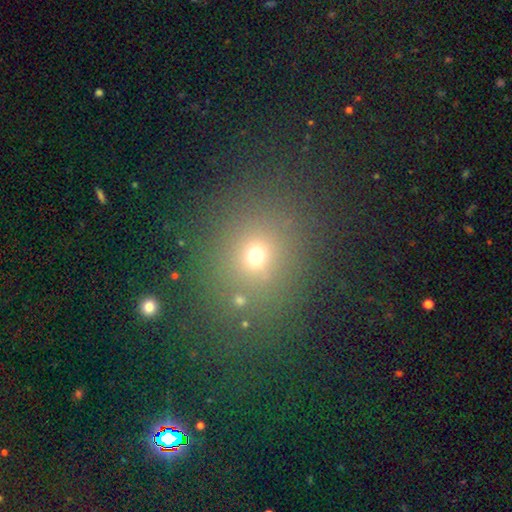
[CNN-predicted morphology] The model was most divided on "smooth or featured": smooth: 66%, star or artifact: 25%, featured or disk: 9%. More confident: how rounded — round (77%); merging — none (77%).